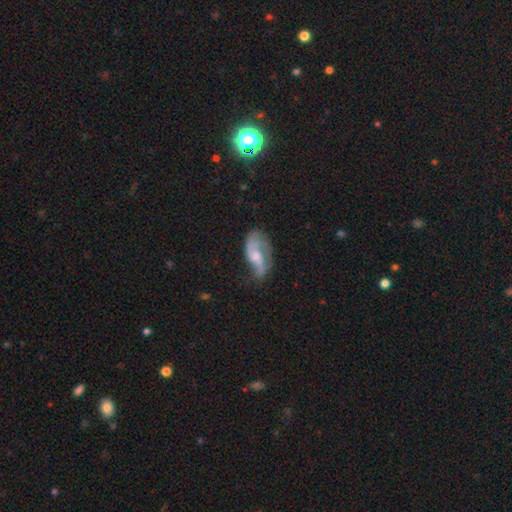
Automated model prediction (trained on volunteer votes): smooth_or_featured: featured or disk (p=0.68) [alt: smooth p=0.25]
disk_edge_on: no (p=0.95) [alt: yes p=0.05]
bar: no (p=0.57) [alt: weak p=0.35]
has_spiral_arms: yes (p=0.84) [alt: no p=0.16]
spiral_winding: loose (p=0.53) [alt: medium p=0.35]
spiral_arm_count: 2 (p=0.66) [alt: can't tell p=0.13]
bulge_size: moderate (p=0.45) [alt: small p=0.33]
merging: none (p=0.40) [alt: major disturbance p=0.29]